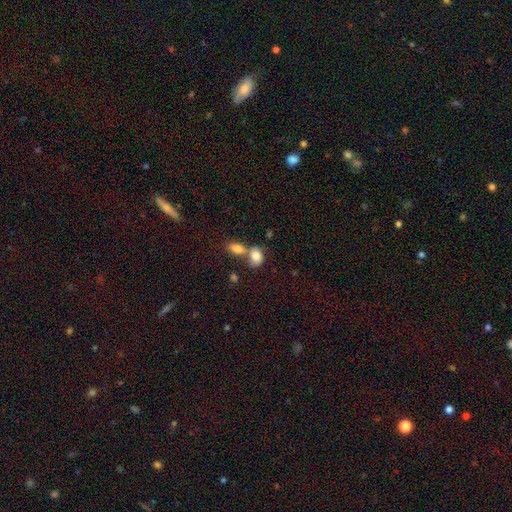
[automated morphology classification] This appears to be a smooth galaxy with no disk features (82%) that is in between round and cigar-shaped (72%). Merging: merger (55%).